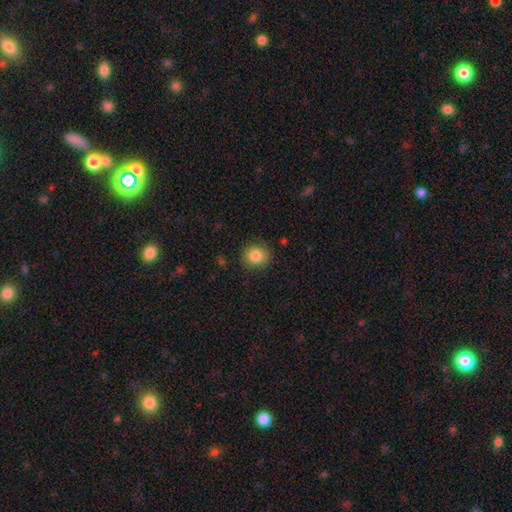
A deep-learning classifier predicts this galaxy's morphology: Smooth or featured?
  - smooth: 85% *
  - star or artifact: 9%
  - featured or disk: 6%
How rounded?
  - round: 81% *
  - in between: 18%
  - cigar-shaped: 1%
Merging?
  - none: 86% *
  - minor disturbance: 10%
  - major disturbance: 3%
  - merger: 1%